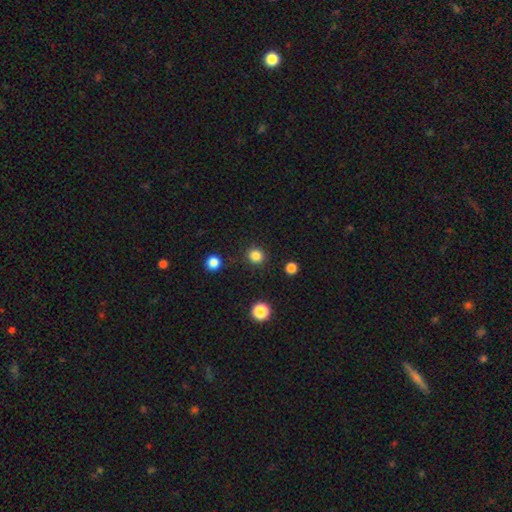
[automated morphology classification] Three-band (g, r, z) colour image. It shows a smooth galaxy with no disk features (84%) that is round (91%). Merging: none (90%).